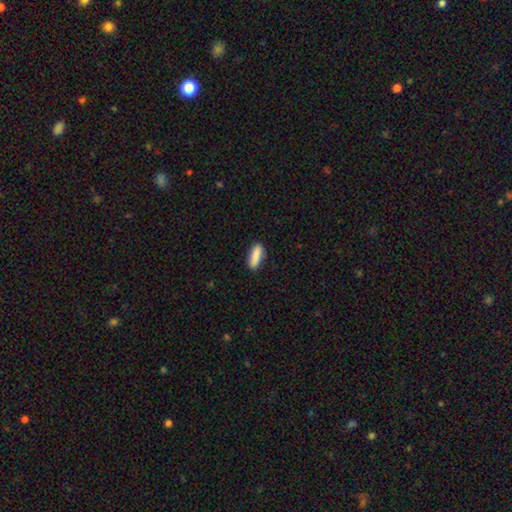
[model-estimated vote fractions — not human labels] This appears to be a smooth galaxy with no disk features (88%) that is in between round and cigar-shaped (55%). Merging: none (88%).